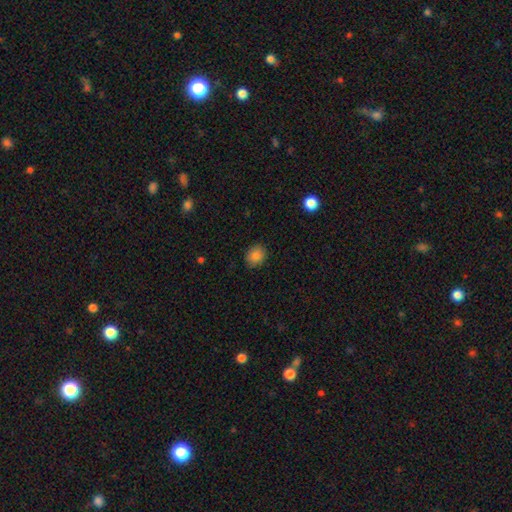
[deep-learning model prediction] Smooth or featured?
  - smooth: 84% *
  - star or artifact: 10%
  - featured or disk: 7%
How rounded?
  - round: 58% *
  - in between: 41%
  - cigar-shaped: 1%
Merging?
  - none: 87% *
  - minor disturbance: 10%
  - major disturbance: 2%
  - merger: 1%